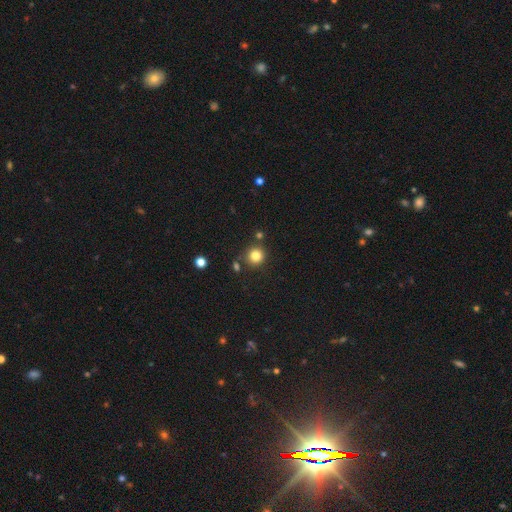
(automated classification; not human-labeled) Smooth or featured? smooth (82%)
How rounded? round (92%)
Merging? none (82%)